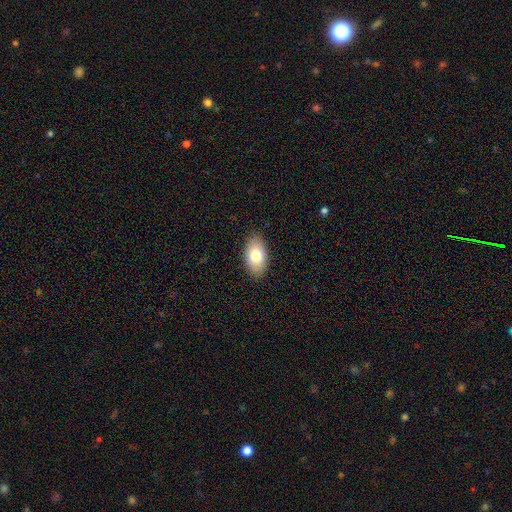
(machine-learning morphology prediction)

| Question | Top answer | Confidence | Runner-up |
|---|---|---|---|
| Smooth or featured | smooth | 79% | featured or disk (14%) |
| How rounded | in between | 94% | round (4%) |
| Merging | none | 87% | minor disturbance (10%) |